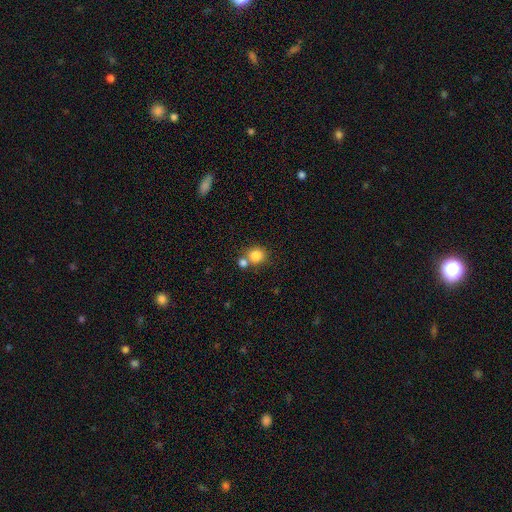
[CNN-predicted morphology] Q: Smooth or featured?
A: smooth (84%); runner-up: star or artifact (10%)
Q: How rounded?
A: round (85%); runner-up: in between (14%)
Q: Merging?
A: none (55%); runner-up: merger (33%)